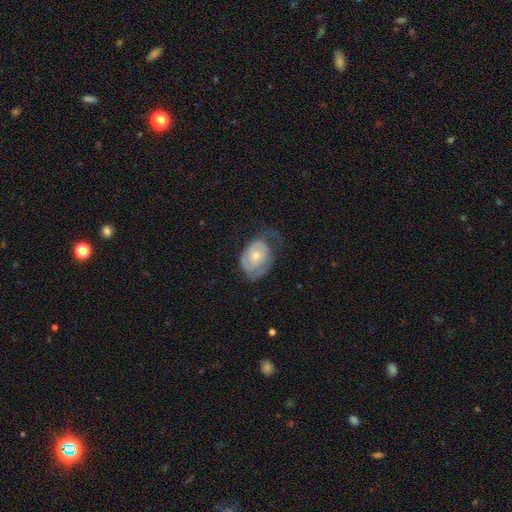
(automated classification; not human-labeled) This is possibly a featured or disk galaxy (55%). It is clearly not viewed edge-on (95%). Bar: likely no (79%). Spiral arm pattern: likely yes (64%). Central bulge: possibly small (51%). Merging: marginally none (34%).